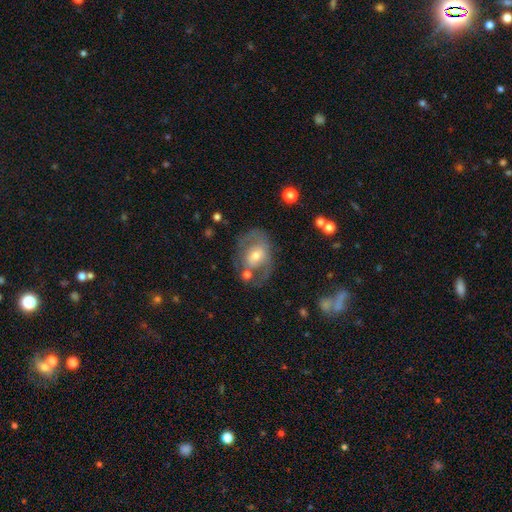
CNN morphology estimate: A featured or disk galaxy (59%) with no bar (54%), spiral arms (51%) and a moderate central bulge (58%). Merging: none (54%).